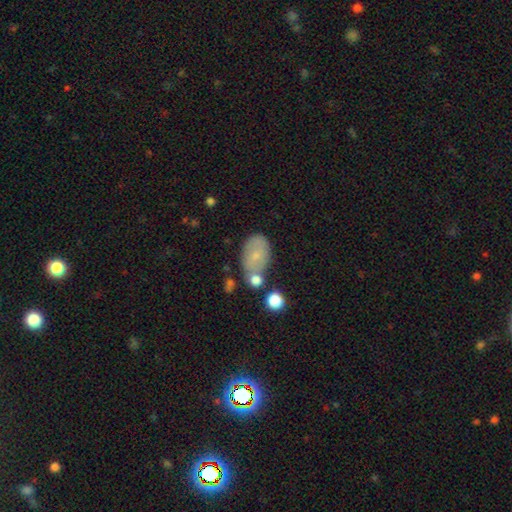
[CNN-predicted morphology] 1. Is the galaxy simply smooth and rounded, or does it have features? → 63% smooth, 28% featured or disk, 9% star or artifact.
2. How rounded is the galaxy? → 86% in between, 13% round, 2% cigar-shaped.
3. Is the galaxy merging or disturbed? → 53% none, 22% minor disturbance, 17% merger, 8% major disturbance.